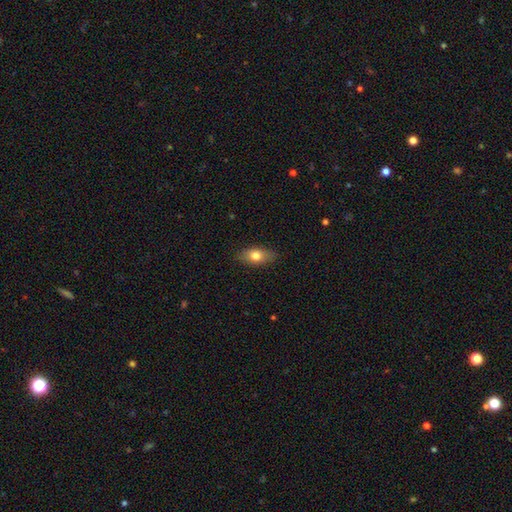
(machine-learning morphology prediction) The model was most divided on "smooth or featured": smooth: 73%, featured or disk: 20%, star or artifact: 7%. More confident: merging — none (85%); how rounded — in between (82%).